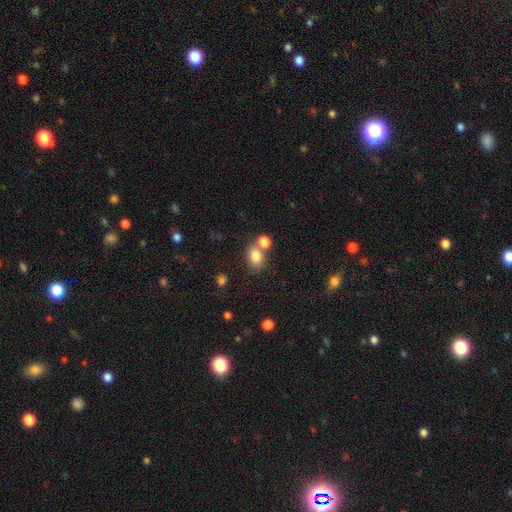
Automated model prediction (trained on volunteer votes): smooth 81%, star or artifact 11%, featured or disk 8%. Down the decision tree: how rounded — in between (62%); merging — none (51%).